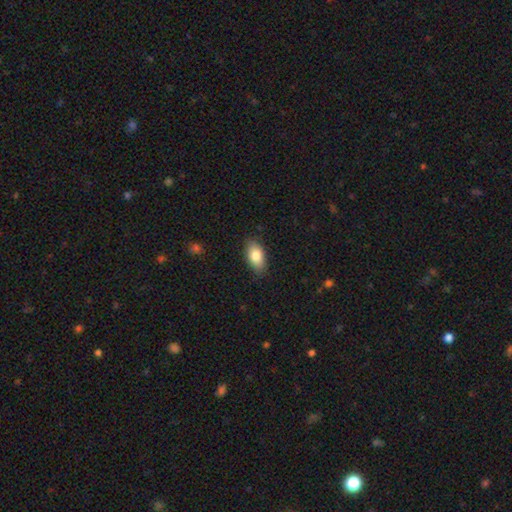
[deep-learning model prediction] A smooth galaxy with no disk features (83%) that is in between round and cigar-shaped (91%). Merging: none (84%).